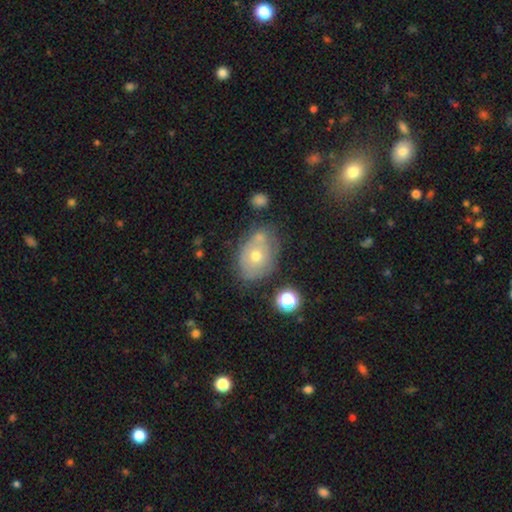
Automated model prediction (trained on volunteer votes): Overall: smooth (55%; featured or disk 33%). How rounded: in between (62%; round 37%). Merging: none (55%; minor disturbance 22%).